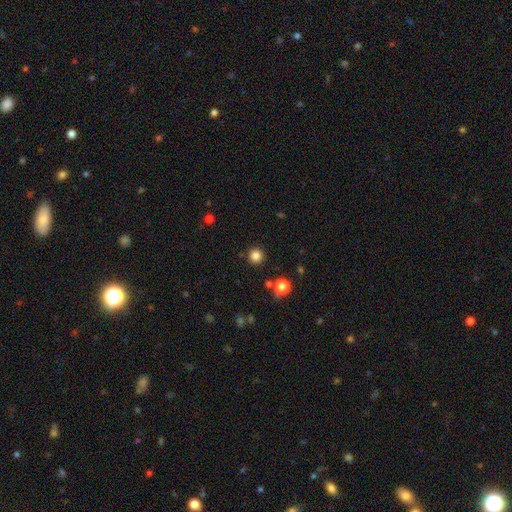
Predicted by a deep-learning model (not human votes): smooth-or-featured: smooth: 83% | star or artifact: 13% | featured or disk: 4%
  how-rounded: round: 95% | in between: 4% | cigar-shaped: 1%
  merging: none: 90% | minor disturbance: 6% | merger: 2% | major disturbance: 2%